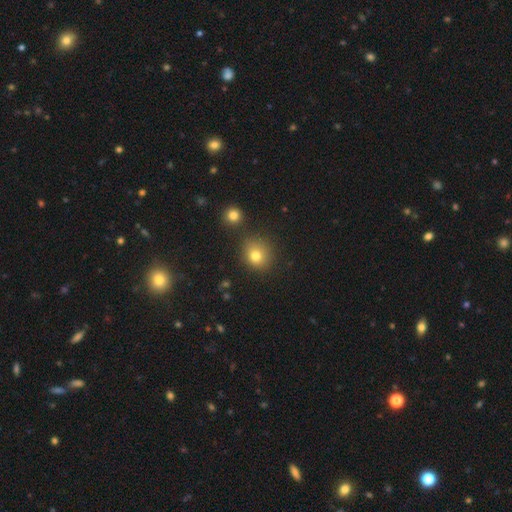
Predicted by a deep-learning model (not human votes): This is likely a smooth galaxy (78%). How rounded: clearly round (80%). Merging: clearly none (80%).